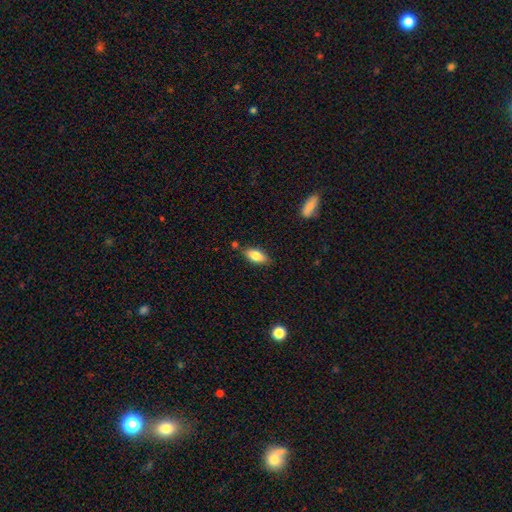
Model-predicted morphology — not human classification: This appears to be a smooth galaxy with no disk features (79%) that is in between round and cigar-shaped (86%). Merging: none (80%).